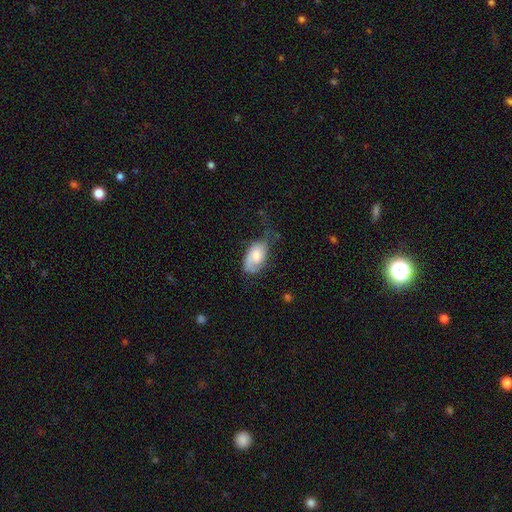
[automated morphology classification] Smooth or featured? smooth (49%)
Merging? none (40%)